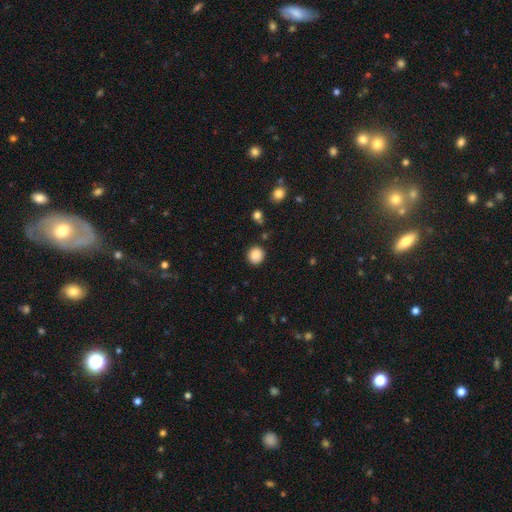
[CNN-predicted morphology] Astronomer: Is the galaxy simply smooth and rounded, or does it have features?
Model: smooth — 88%.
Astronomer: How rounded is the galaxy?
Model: round — 86%.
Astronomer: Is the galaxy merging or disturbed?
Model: none — 88%.